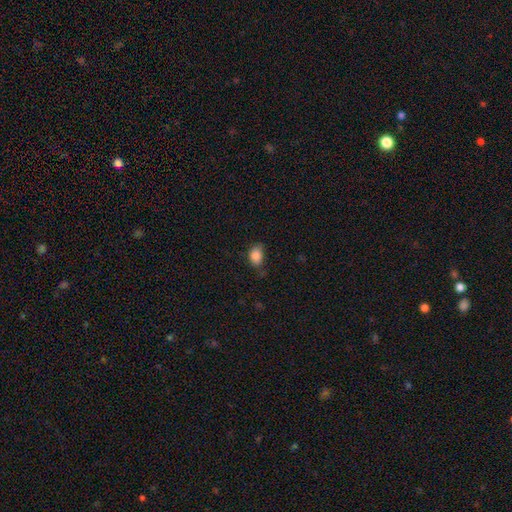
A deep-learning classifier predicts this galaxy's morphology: A smooth galaxy with no disk features (87%) that is in between round and cigar-shaped (75%). Merging: none (65%).